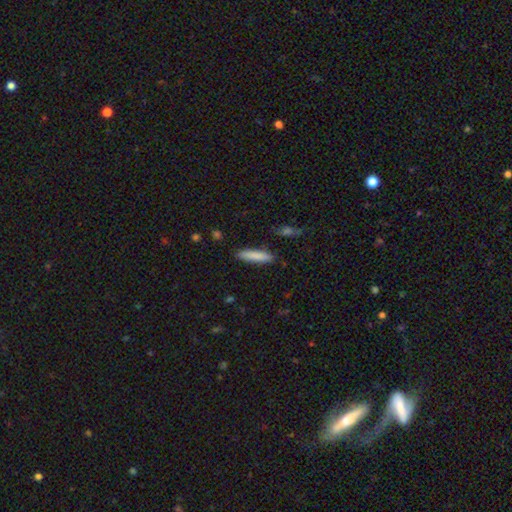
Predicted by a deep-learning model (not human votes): Q: Smooth or featured?
A: smooth (83%); runner-up: featured or disk (10%)
Q: How rounded?
A: cigar-shaped (82%); runner-up: in between (17%)
Q: Merging?
A: none (88%); runner-up: minor disturbance (9%)